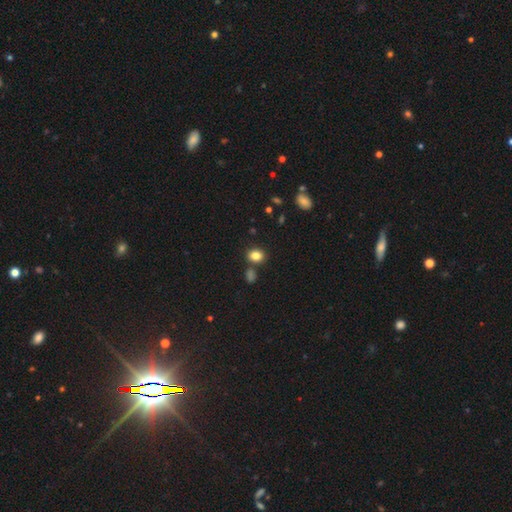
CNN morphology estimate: smooth_or_featured: smooth (p=0.84) [alt: star or artifact p=0.11]
how_rounded: in between (p=0.50) [alt: round p=0.49]
merging: none (p=0.75) [alt: merger p=0.11]